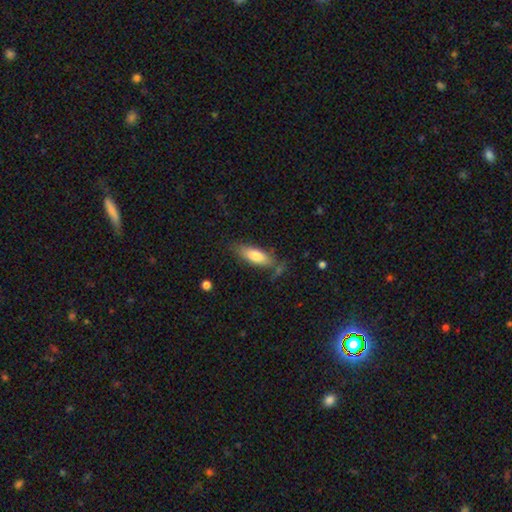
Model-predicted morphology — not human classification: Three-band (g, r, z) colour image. It shows a smooth galaxy with no disk features (75%) that is in between round and cigar-shaped (61%). Merging: none (71%).